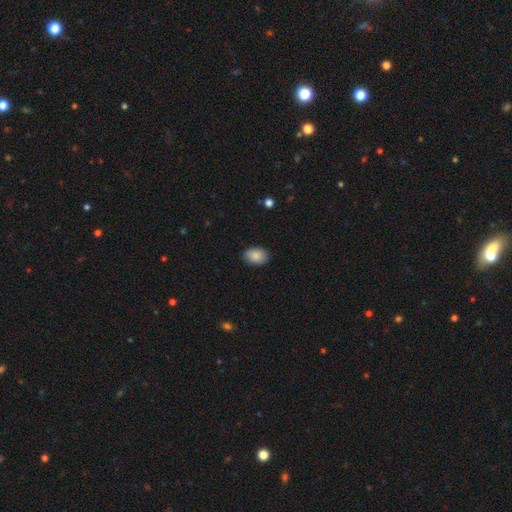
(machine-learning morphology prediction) smooth-or-featured: smooth: 88% | star or artifact: 7% | featured or disk: 5%
  how-rounded: in between: 79% | round: 20% | cigar-shaped: 1%
  merging: none: 87% | minor disturbance: 10% | major disturbance: 2% | merger: 1%